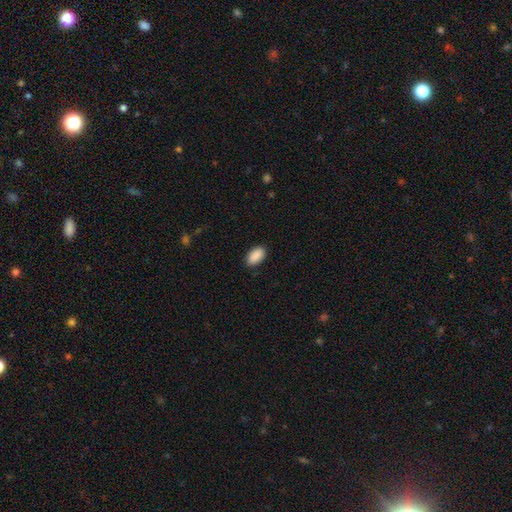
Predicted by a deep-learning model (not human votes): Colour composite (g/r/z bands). It shows a smooth galaxy with no disk features (91%) that is in between round and cigar-shaped (94%). Merging: none (88%).